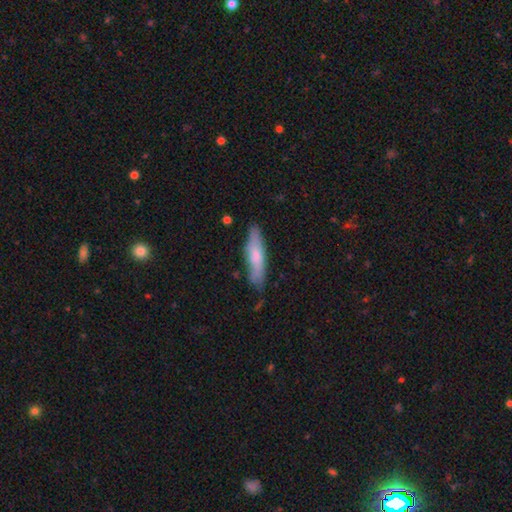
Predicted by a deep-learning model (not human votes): A smooth galaxy with no disk features (64%) that is cigar-shaped (78%). Merging: none (80%).